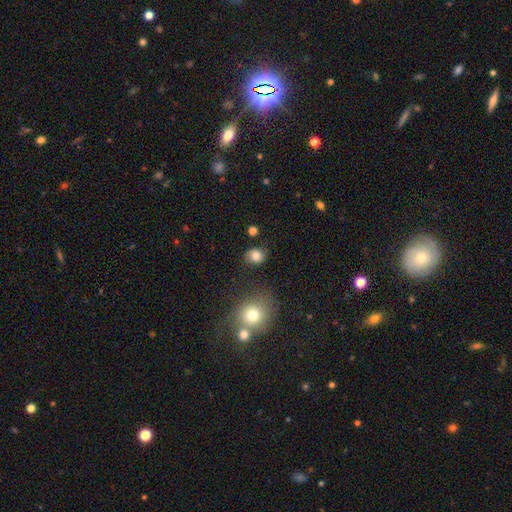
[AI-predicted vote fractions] Smooth or featured? smooth (79%)
How rounded? round (69%)
Merging? none (76%)